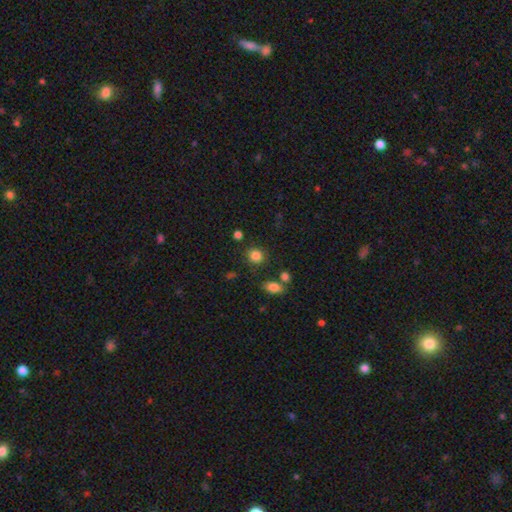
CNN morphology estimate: type=smooth (84%); roundness=round (80%); merging=none (80%).